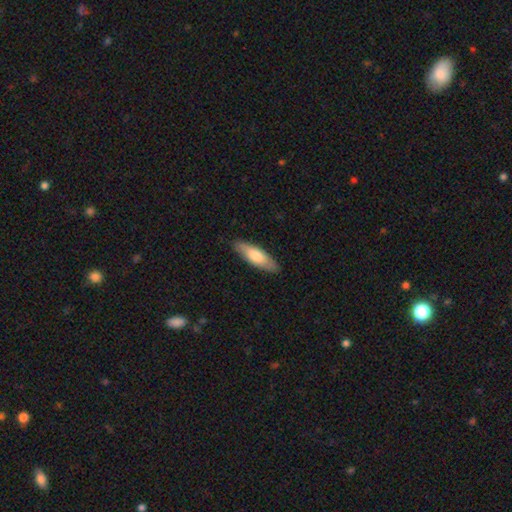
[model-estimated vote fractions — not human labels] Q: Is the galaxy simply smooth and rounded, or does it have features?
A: smooth — 71%.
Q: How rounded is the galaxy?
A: cigar-shaped — 51%.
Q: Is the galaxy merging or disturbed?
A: none — 87%.